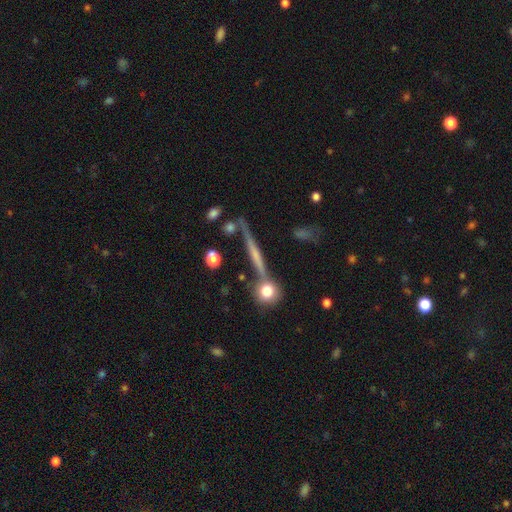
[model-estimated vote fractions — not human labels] Q: Smooth or featured?
A: featured or disk (59%); runner-up: smooth (30%)
Q: Edge-on disk?
A: yes (92%); runner-up: no (8%)
Q: Edge-on bulge?
A: none (53%); runner-up: rounded (34%)
Q: Merging?
A: none (73%); runner-up: minor disturbance (14%)